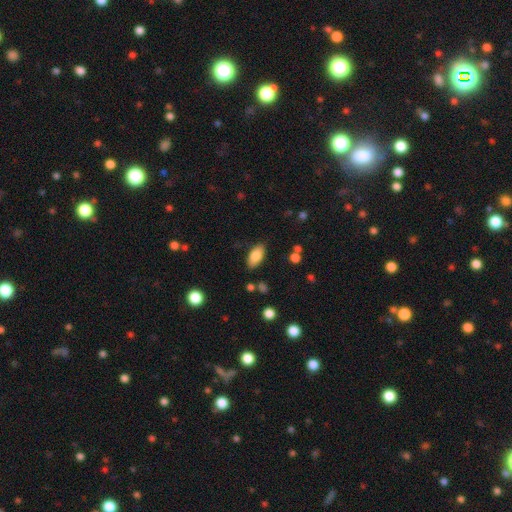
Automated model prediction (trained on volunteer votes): This is clearly a smooth galaxy (83%). How rounded: clearly in between (91%). Merging: clearly none (83%).